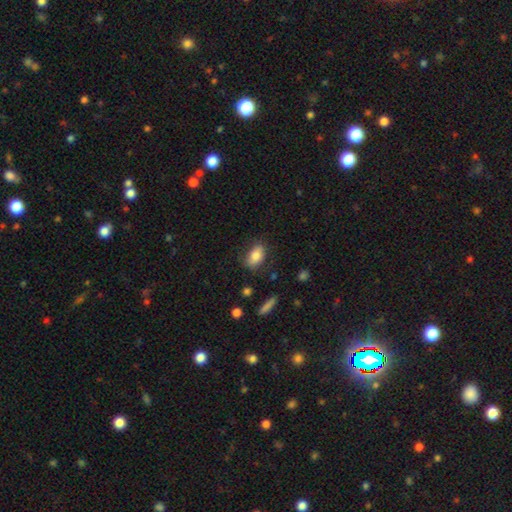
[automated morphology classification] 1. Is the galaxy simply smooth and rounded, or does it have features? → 81% smooth, 11% featured or disk, 8% star or artifact.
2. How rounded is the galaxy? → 88% in between, 8% round, 4% cigar-shaped.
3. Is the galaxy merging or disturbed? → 76% none, 17% minor disturbance, 5% major disturbance, 2% merger.